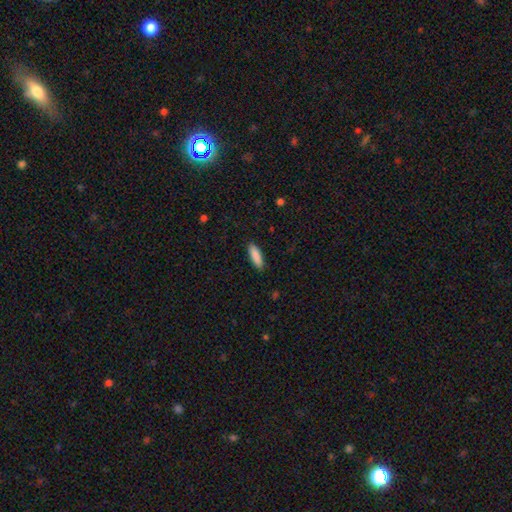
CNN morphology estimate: Q: Smooth or featured?
A: smooth (89%); runner-up: star or artifact (6%)
Q: How rounded?
A: cigar-shaped (51%); runner-up: in between (47%)
Q: Merging?
A: none (89%); runner-up: minor disturbance (8%)